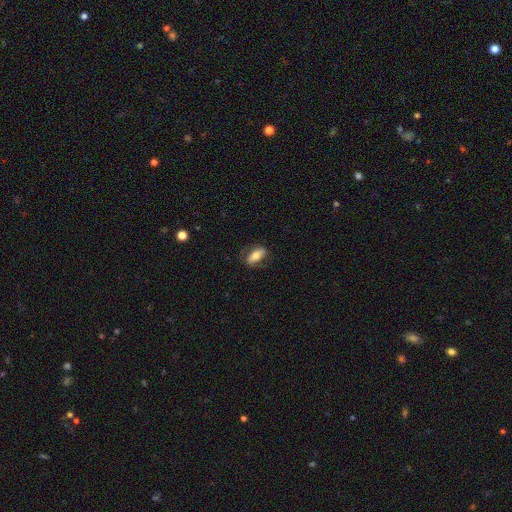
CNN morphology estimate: Smooth or featured: smooth — 60% (featured or disk — 33%)
How rounded: in between — 82% (cigar-shaped — 13%)
Merging: none — 72% (minor disturbance — 18%)